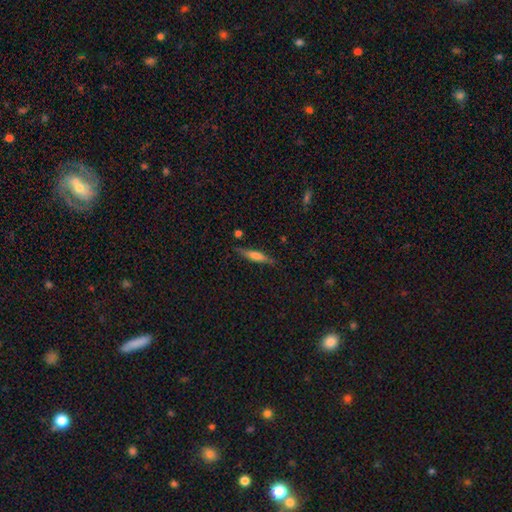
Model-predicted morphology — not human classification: A smooth galaxy with no disk features (51%) that is cigar-shaped (82%). Merging: none (81%).